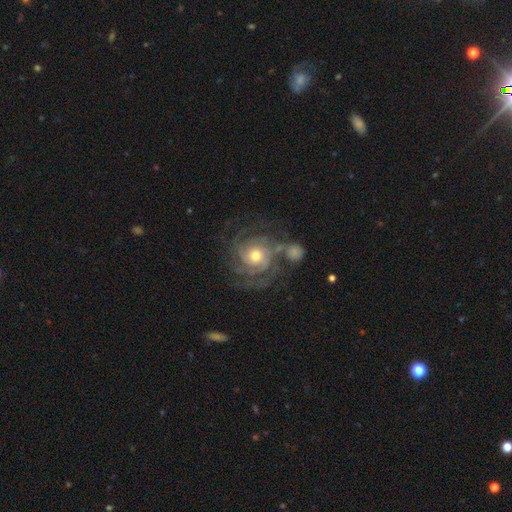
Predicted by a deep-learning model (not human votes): This is clearly a featured or disk galaxy (89%). It is clearly not viewed edge-on (98%). Bar: likely no (77%). Spiral arm pattern: clearly yes (97%). Spiral arm count: marginally 3 (30%). Spiral winding: likely tight (70%). Central bulge: likely moderate (71%). Merging: likely none (61%).